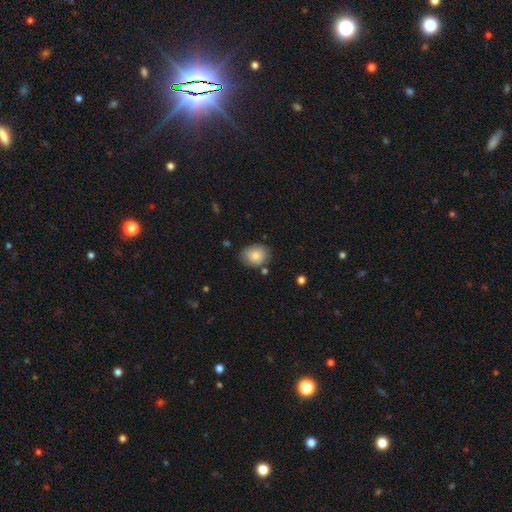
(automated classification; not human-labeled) smooth-or-featured: smooth: 81% | featured or disk: 12% | star or artifact: 7%
  how-rounded: in between: 52% | round: 47% | cigar-shaped: 1%
  merging: none: 74% | minor disturbance: 18% | merger: 4% | major disturbance: 4%